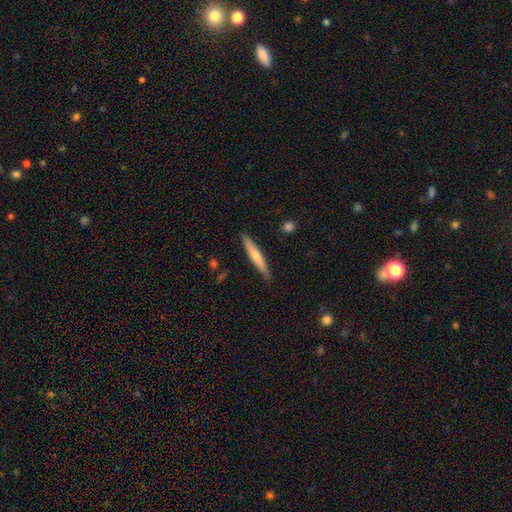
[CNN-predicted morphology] Smooth or featured? smooth (63%)
How rounded? cigar-shaped (93%)
Merging? none (88%)